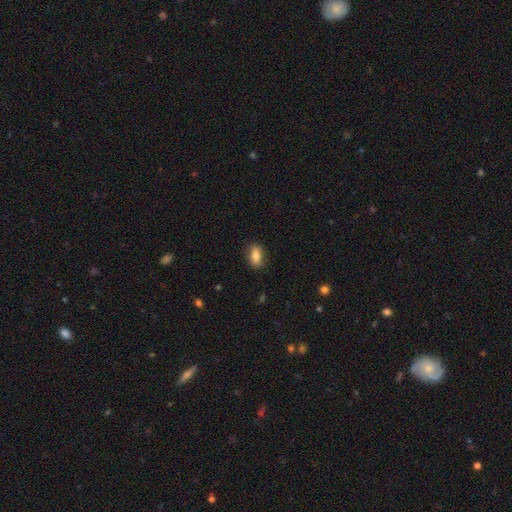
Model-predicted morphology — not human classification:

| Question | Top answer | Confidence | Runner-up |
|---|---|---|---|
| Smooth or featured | smooth | 80% | featured or disk (12%) |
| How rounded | in between | 84% | round (9%) |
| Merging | none | 84% | minor disturbance (12%) |